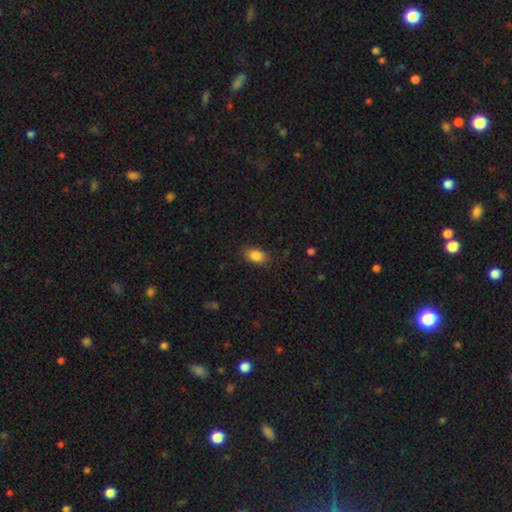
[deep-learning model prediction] Q: Smooth or featured?
A: smooth (87%); runner-up: star or artifact (8%)
Q: How rounded?
A: in between (88%); runner-up: round (11%)
Q: Merging?
A: none (84%); runner-up: minor disturbance (12%)